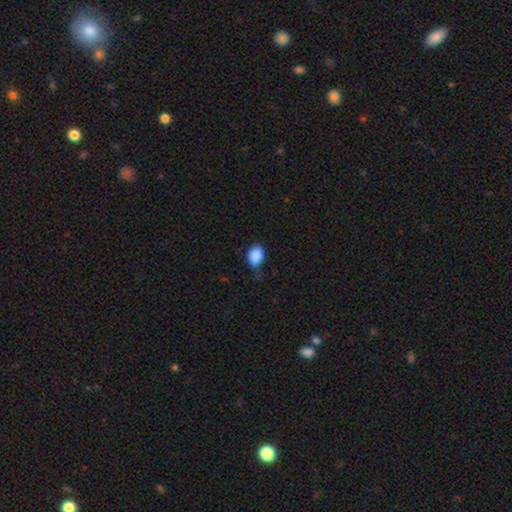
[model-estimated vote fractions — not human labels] smooth_or_featured: smooth (p=0.89) [alt: star or artifact p=0.08]
how_rounded: in between (p=0.69) [alt: round p=0.30]
merging: none (p=0.61) [alt: minor disturbance p=0.31]